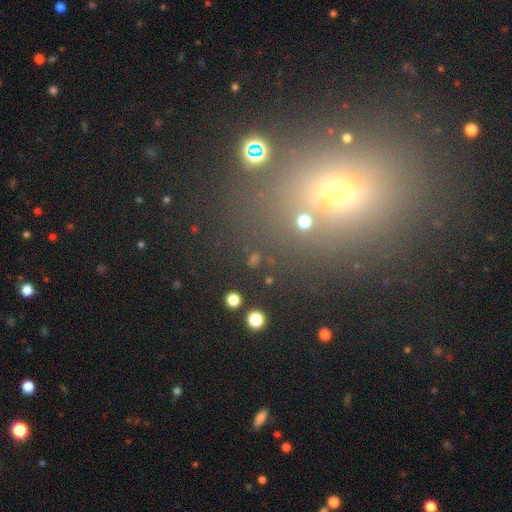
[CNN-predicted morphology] Smooth or featured?
  - star or artifact: 48% *
  - smooth: 39%
  - featured or disk: 13%